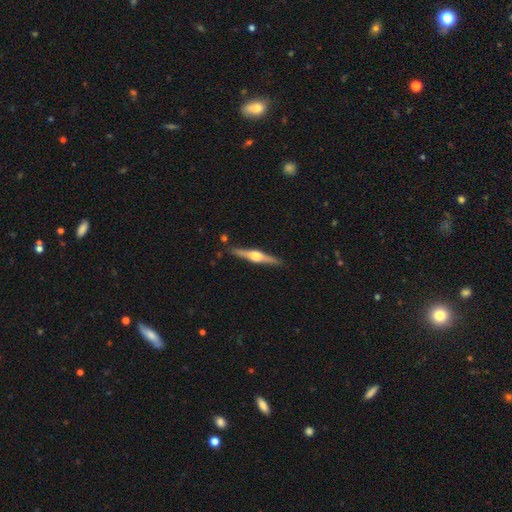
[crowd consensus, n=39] featured or disk 79%, smooth 13%, star or artifact 8%. Down the decision tree: edge-on disk — yes (94%); edge-on bulge — rounded (100%); merging — none (83%).